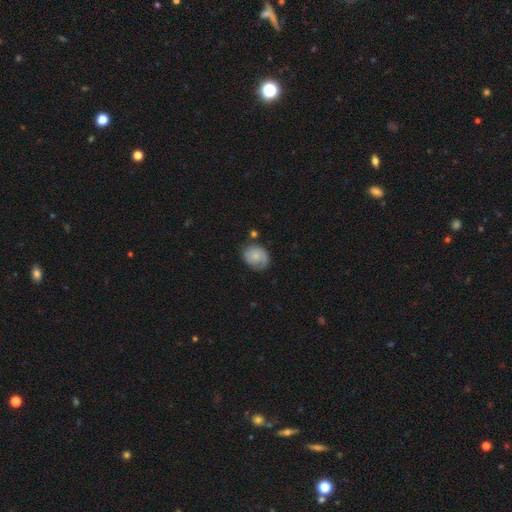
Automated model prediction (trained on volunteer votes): smooth_or_featured: smooth (p=0.65) [alt: featured or disk p=0.27]
how_rounded: round (p=0.60) [alt: in between p=0.39]
merging: none (p=0.63) [alt: minor disturbance p=0.26]